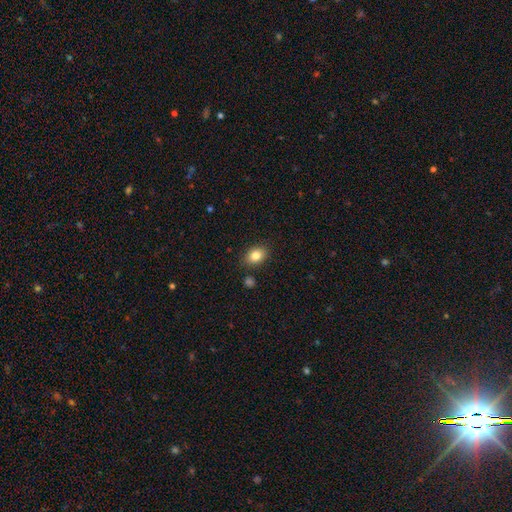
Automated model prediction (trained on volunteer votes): Smooth or featured? Predicted: smooth (p=0.83). How rounded? Predicted: in between (p=0.74). Merging? Predicted: none (p=0.84).